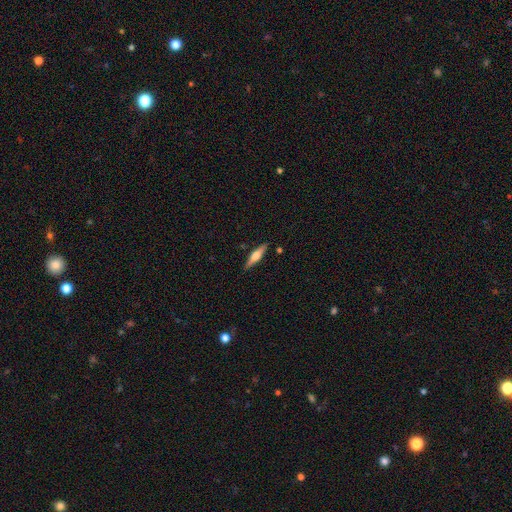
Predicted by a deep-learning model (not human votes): Smooth or featured? featured or disk (58%)
Edge-on disk? yes (96%)
Edge-on bulge? rounded (87%)
Merging? none (88%)